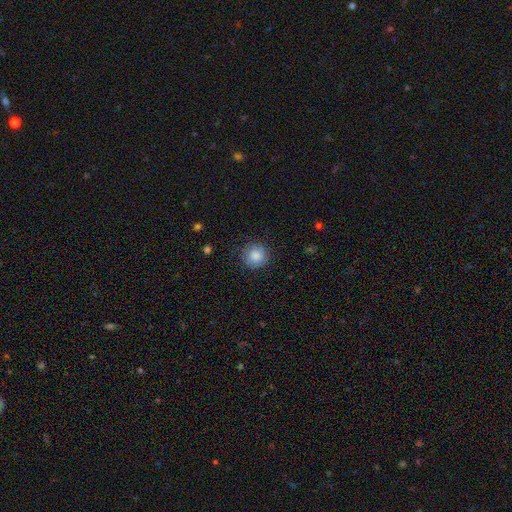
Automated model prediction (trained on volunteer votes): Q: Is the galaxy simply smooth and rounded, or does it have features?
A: smooth — 84%.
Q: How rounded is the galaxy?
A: round — 93%.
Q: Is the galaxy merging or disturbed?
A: none — 83%.